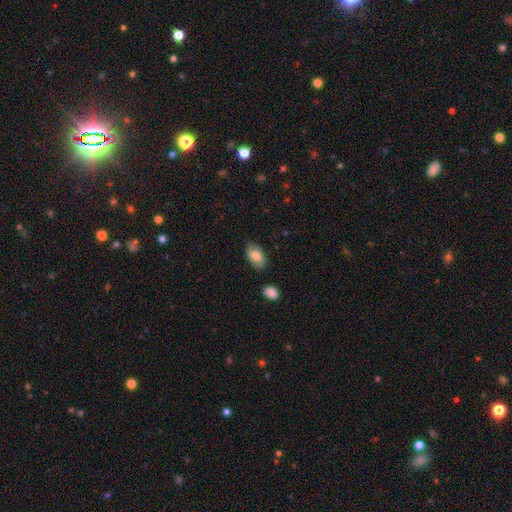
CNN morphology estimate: smooth_or_featured: smooth (p=0.81) [alt: featured or disk p=0.13]
how_rounded: in between (p=0.94) [alt: round p=0.04]
merging: none (p=0.80) [alt: minor disturbance p=0.15]